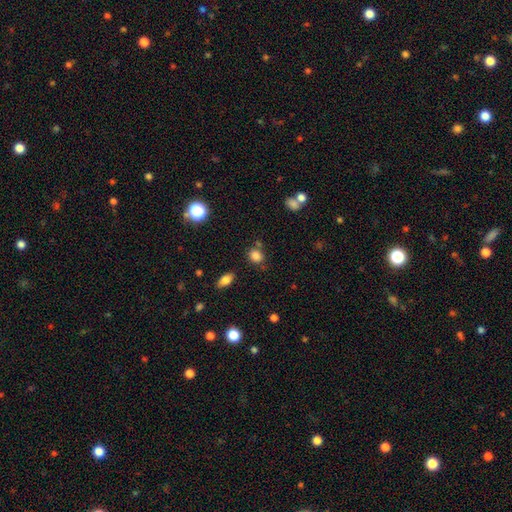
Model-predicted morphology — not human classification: Smooth or featured: smooth — 82% (star or artifact — 13%)
How rounded: round — 60% (in between — 39%)
Merging: none — 70% (minor disturbance — 16%)